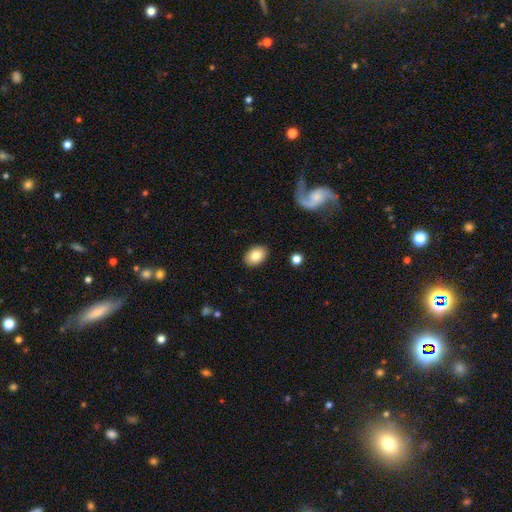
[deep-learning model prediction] smooth-or-featured: smooth: 83% | featured or disk: 10% | star or artifact: 7%
  how-rounded: in between: 80% | round: 19% | cigar-shaped: 1%
  merging: none: 89% | minor disturbance: 8% | major disturbance: 2% | merger: 1%